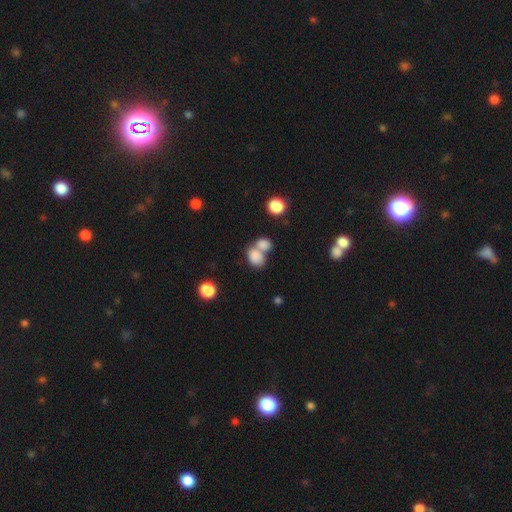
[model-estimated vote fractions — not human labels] Overall: smooth (81%). How rounded: in between (66%; round 32%). Merging: merger (64%; none 24%).